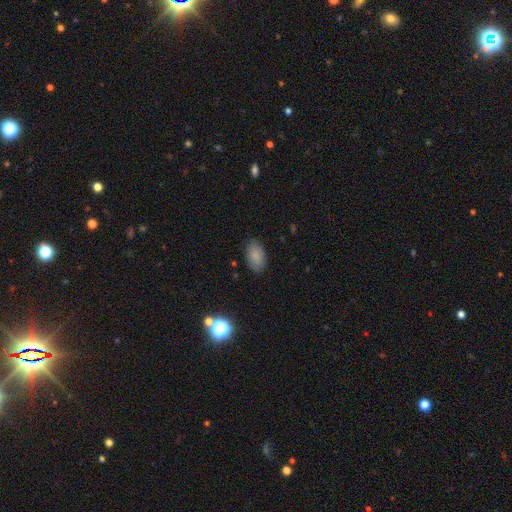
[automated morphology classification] Smooth or featured? Predicted: smooth (p=0.85). How rounded? Predicted: in between (p=0.93). Merging? Predicted: none (p=0.86).